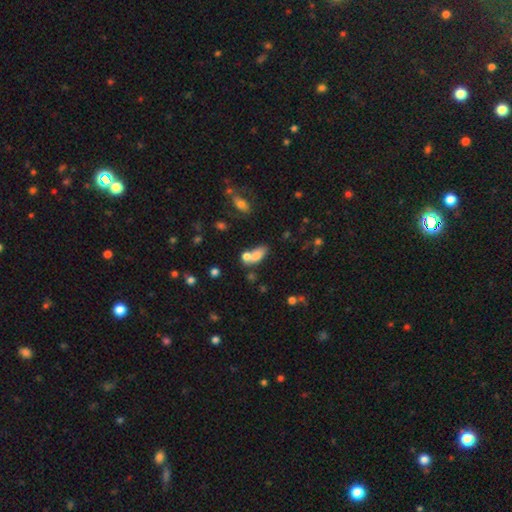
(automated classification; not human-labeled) smooth 74%, featured or disk 14%, star or artifact 11%. Down the decision tree: how rounded — in between (80%); merging — merger (48%).